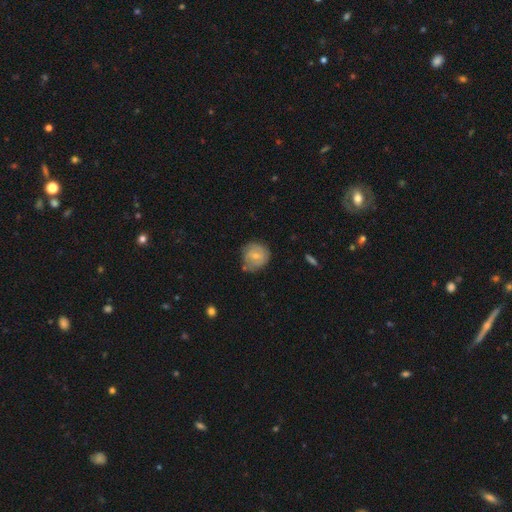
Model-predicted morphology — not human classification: The model was most divided on "smooth or featured": smooth: 59%, featured or disk: 33%, star or artifact: 7%. More confident: how rounded — round (83%); merging — none (59%).